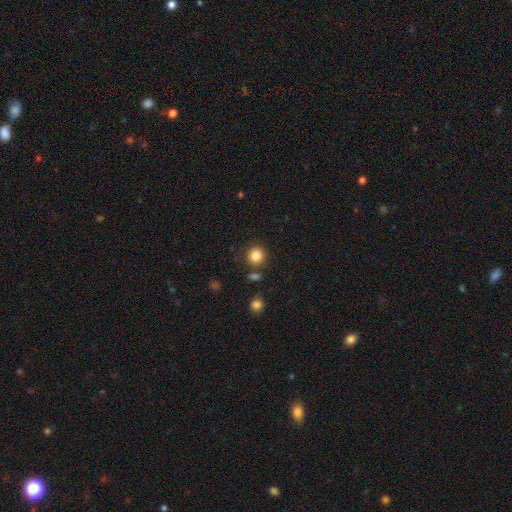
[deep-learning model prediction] smooth 85%, star or artifact 11%, featured or disk 4%. Down the decision tree: how rounded — round (91%); merging — none (82%).